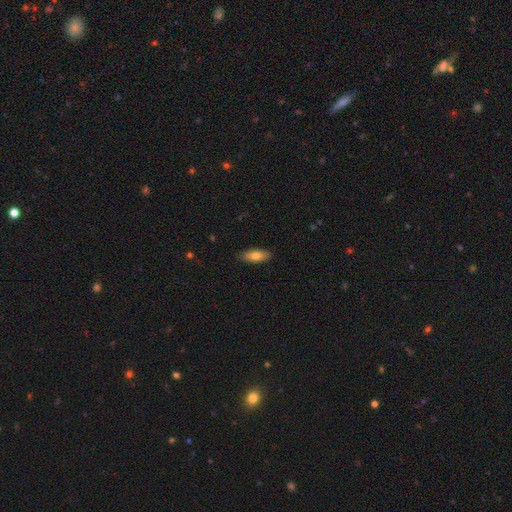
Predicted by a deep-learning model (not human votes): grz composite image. It shows a smooth galaxy with no disk features (74%) that is in between round and cigar-shaped (74%). Merging: none (89%).